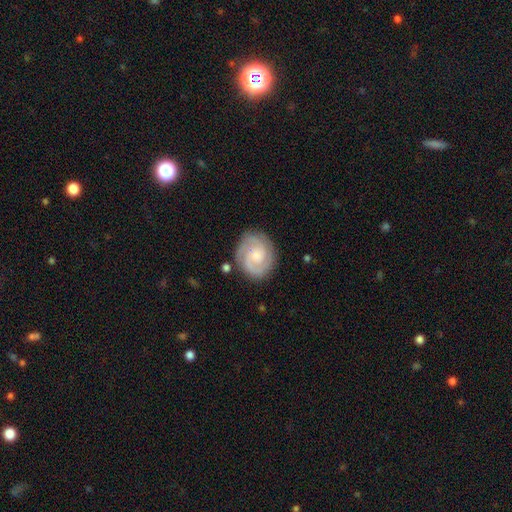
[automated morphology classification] featured or disk 84%, smooth 11%, star or artifact 5%. Down the decision tree: edge-on disk — no (98%); bar — no (65%); spiral arms — yes (97%); spiral arm count — 2 (45%); spiral winding — tight (58%); bulge size — small (65%); merging — none (80%).